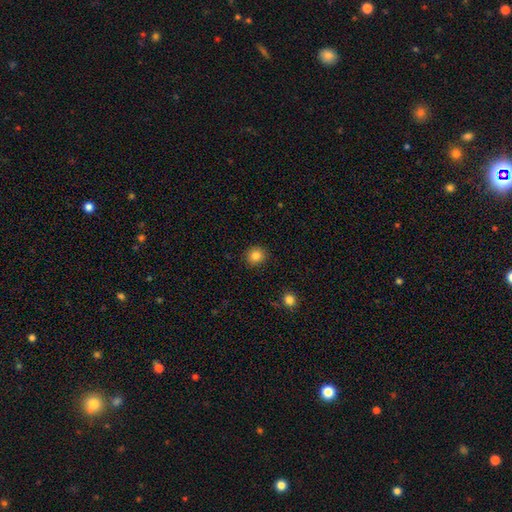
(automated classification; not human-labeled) Morphology: type=smooth (83%); roundness=round (88%); merging=none (91%).